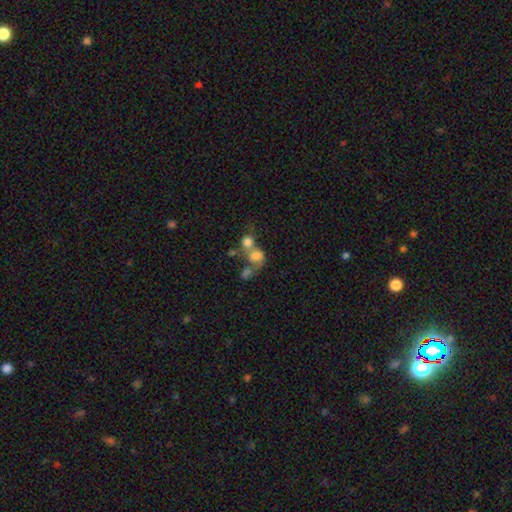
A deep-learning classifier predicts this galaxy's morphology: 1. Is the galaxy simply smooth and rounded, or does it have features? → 66% smooth, 20% featured or disk, 13% star or artifact.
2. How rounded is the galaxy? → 56% round, 42% in between, 2% cigar-shaped.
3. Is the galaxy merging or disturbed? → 63% merger, 20% none, 9% major disturbance, 7% minor disturbance.